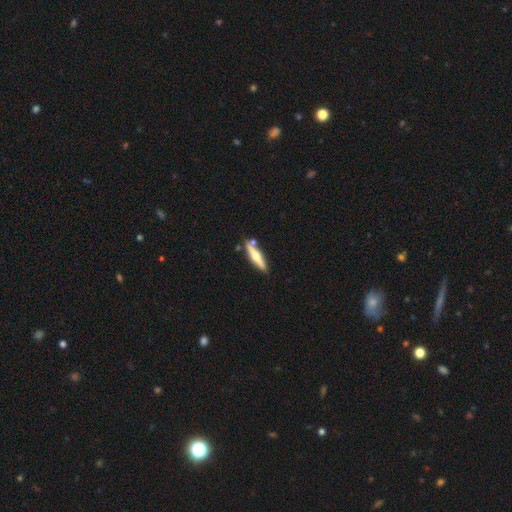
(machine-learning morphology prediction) A featured or disk galaxy (52%) viewed edge-on (94%).

Vote fractions:
- Smooth or featured? featured or disk: 52% / smooth: 43% / star or artifact: 5%
- Edge-on disk? yes: 94% / no: 6%
- Merging? none: 75% / minor disturbance: 13% / merger: 9% / major disturbance: 3%